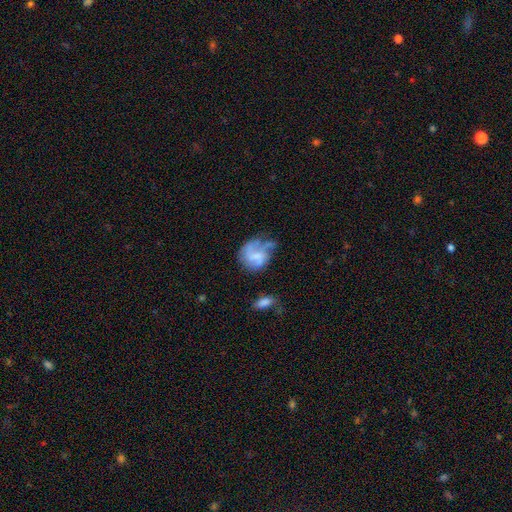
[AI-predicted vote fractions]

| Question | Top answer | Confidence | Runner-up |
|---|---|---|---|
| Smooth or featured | featured or disk | 51% | smooth (39%) |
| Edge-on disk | no | 98% | yes (2%) |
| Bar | no | 60% | weak (32%) |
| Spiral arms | yes | 56% | no (44%) |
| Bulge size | none | 48% | small (25%) |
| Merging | none | 34% | major disturbance (31%) |